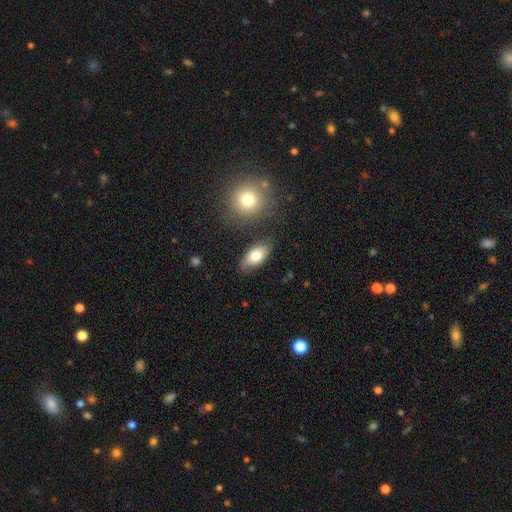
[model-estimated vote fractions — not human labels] Smooth or featured? smooth (77%)
How rounded? in between (90%)
Merging? none (79%)